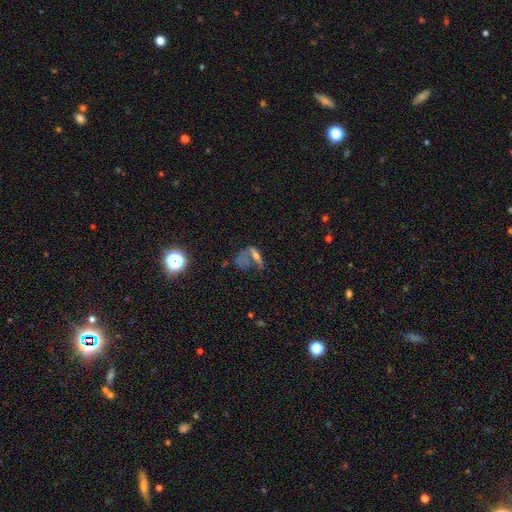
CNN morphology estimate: A smooth galaxy with no disk features (42%). Merging: none (32%).